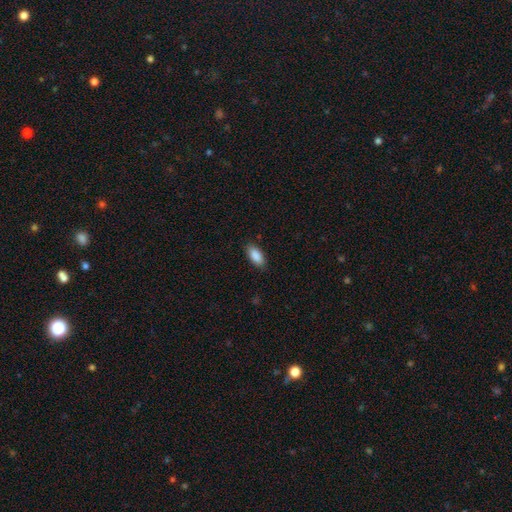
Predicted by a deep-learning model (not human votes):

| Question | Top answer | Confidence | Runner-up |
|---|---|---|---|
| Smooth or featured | smooth | 89% | star or artifact (6%) |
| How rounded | in between | 89% | cigar-shaped (9%) |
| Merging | none | 86% | minor disturbance (11%) |